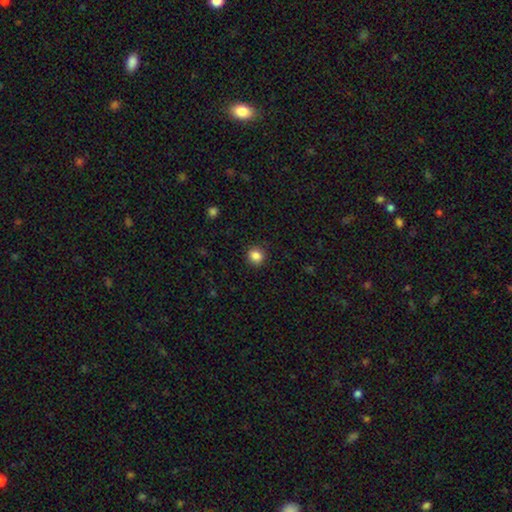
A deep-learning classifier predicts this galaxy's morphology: Smooth or featured? smooth (86%)
How rounded? round (87%)
Merging? none (90%)